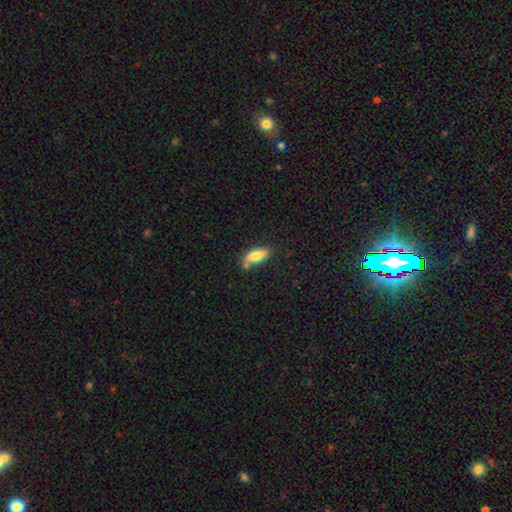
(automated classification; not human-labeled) A smooth galaxy with no disk features (75%) that is in between round and cigar-shaped (73%).

Vote fractions:
- Smooth or featured? smooth: 75% / featured or disk: 18% / star or artifact: 7%
- How rounded? in between: 73% / cigar-shaped: 25% / round: 3%
- Merging? none: 67% / minor disturbance: 19% / merger: 11% / major disturbance: 4%